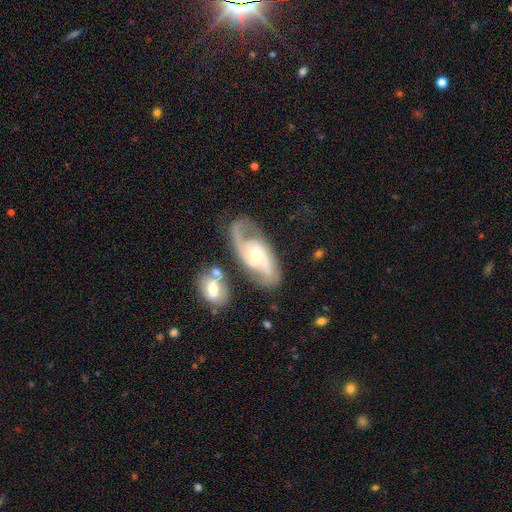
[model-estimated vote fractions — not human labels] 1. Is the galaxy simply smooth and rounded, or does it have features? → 89% featured or disk, 6% smooth, 5% star or artifact.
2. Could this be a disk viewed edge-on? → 96% no, 4% yes.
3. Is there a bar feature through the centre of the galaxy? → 47% no, 42% weak, 11% strong.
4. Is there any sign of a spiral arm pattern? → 97% yes, 3% no.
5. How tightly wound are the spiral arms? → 56% medium, 23% loose, 21% tight.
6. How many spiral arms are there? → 88% 2, 4% can't tell, 4% 3, 2% 1, 1% 4, 1% more than 4.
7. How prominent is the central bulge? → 46% small (tied), 46% moderate (tied), 4% large, 2% none, 1% dominant.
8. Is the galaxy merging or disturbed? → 62% none, 17% minor disturbance, 12% merger, 9% major disturbance.